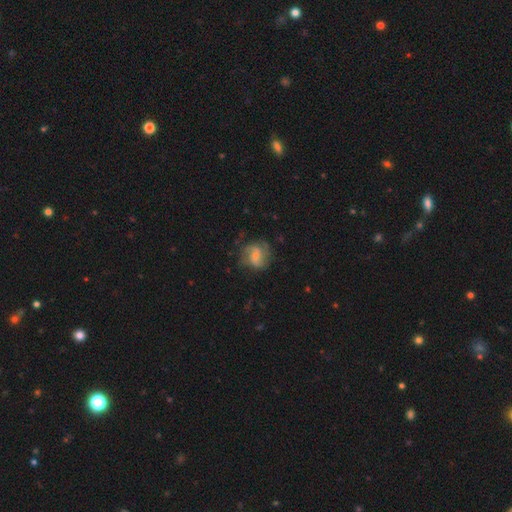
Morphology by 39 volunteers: Smooth or featured? 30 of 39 (77%) said featured or disk. Edge-on disk? 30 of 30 (100%) said no. Bar? 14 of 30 (47%) said weak. Spiral arms? 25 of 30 (83%) said yes. Spiral winding? 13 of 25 (52%) said medium. Spiral arm count? 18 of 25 (72%) said 2. Bulge size? 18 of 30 (60%) said small. Merging? 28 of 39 (72%) said none.